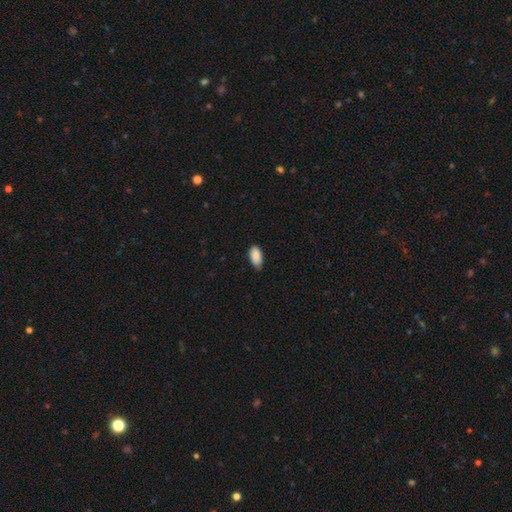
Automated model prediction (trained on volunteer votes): Morphology: type=smooth (89%); roundness=in between (94%); merging=none (70%).